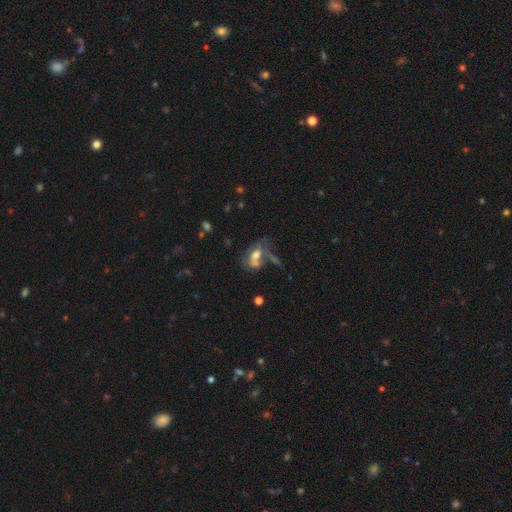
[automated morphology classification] Smooth or featured?
  - smooth: 49% *
  - featured or disk: 39%
  - star or artifact: 11%
Merging?
  - merger: 29% *
  - none: 28%
  - major disturbance: 25%
  - minor disturbance: 18%